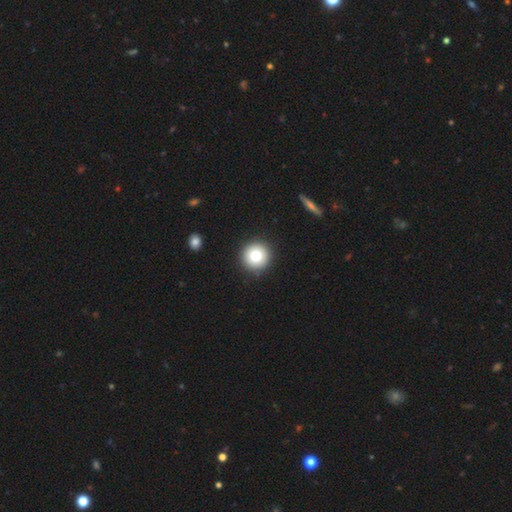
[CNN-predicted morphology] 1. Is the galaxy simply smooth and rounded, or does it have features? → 77% smooth, 12% featured or disk, 10% star or artifact.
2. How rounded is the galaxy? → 96% round, 3% in between, 1% cigar-shaped.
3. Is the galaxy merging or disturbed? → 92% none, 5% minor disturbance, 2% major disturbance, 1% merger.